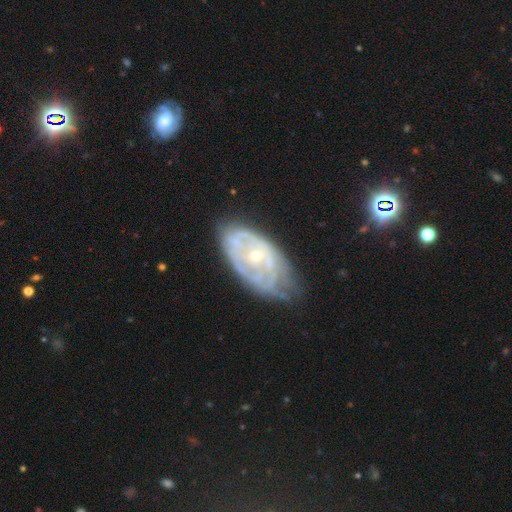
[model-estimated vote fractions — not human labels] Smooth or featured: featured or disk — 76% (smooth — 18%)
Edge-on disk: no — 94% (yes — 6%)
Bar: no — 72% (weak — 22%)
Spiral arms: yes — 70% (no — 30%)
Bulge size: small — 63% (moderate — 34%)
Merging: none — 53% (minor disturbance — 32%)